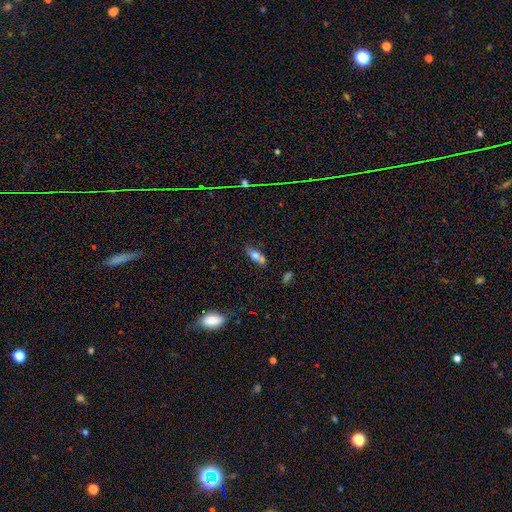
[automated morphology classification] This appears to be a smooth galaxy with no disk features (72%) that is in between round and cigar-shaped (71%). Merging: none (54%).